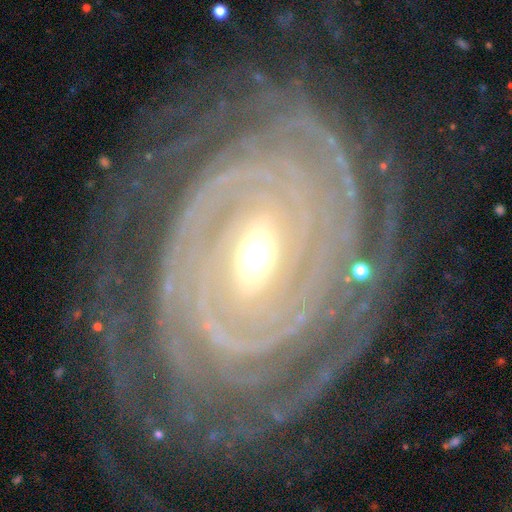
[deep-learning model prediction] This is clearly a featured or disk galaxy (88%). It is clearly not viewed edge-on (96%). Bar: marginally weak (34%). Spiral arm pattern: clearly yes (96%). Spiral arm count: marginally can't tell (27%). Spiral winding: clearly tight (87%). Central bulge: possibly moderate (48%). Merging: likely none (76%).